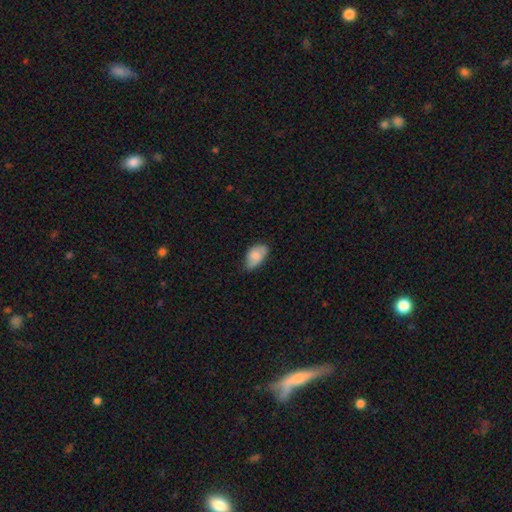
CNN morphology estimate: Smooth or featured? Predicted: smooth (p=0.78). How rounded? Predicted: in between (p=0.93). Merging? Predicted: none (p=0.58).